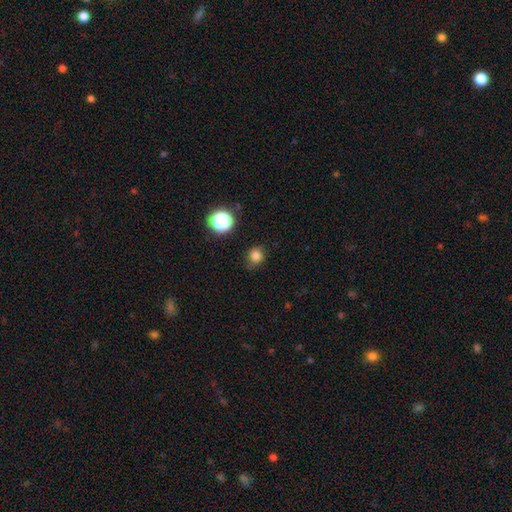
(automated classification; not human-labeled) Smooth or featured? smooth (81%)
How rounded? round (85%)
Merging? none (77%)